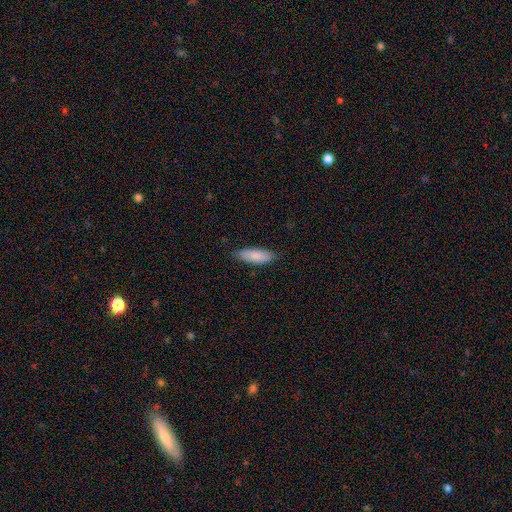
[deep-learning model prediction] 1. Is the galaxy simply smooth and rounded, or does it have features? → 85% smooth, 9% featured or disk, 6% star or artifact.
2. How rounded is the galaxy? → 63% in between, 36% cigar-shaped, 2% round.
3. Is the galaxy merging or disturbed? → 84% none, 13% minor disturbance, 2% major disturbance, 1% merger.